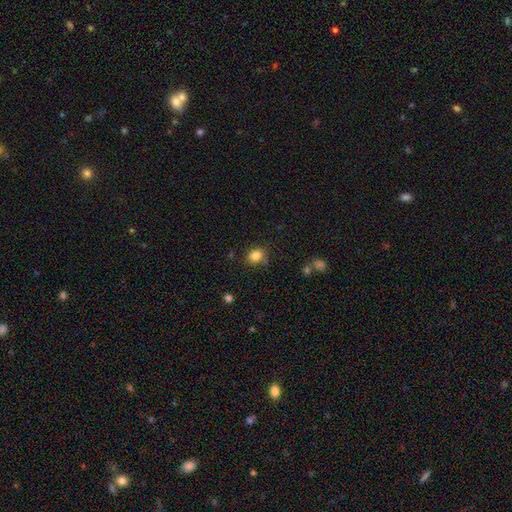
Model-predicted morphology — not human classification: Smooth or featured? smooth (84%)
How rounded? round (52%)
Merging? none (78%)